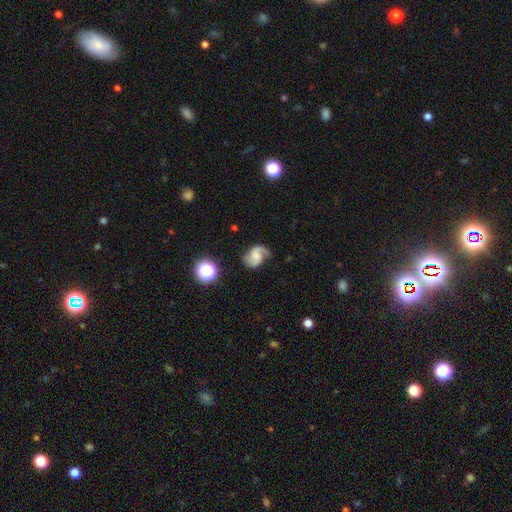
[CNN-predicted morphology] A featured or disk galaxy (72%) with no bar (53%), 2 (83%) medium (46%) spiral arms (96%) and a small central bulge (35%). Merging: none (63%).